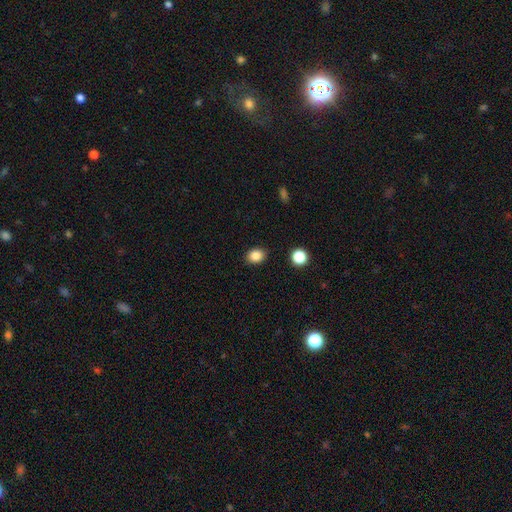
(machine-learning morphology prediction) smooth_or_featured: smooth (p=0.85) [alt: star or artifact p=0.10]
how_rounded: in between (p=0.51) [alt: round p=0.48]
merging: none (p=0.88) [alt: minor disturbance p=0.08]